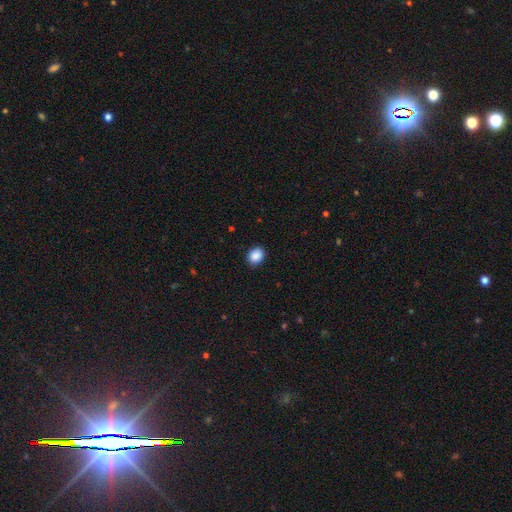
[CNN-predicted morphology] Overall: smooth (89%). How rounded: round (55%; in between 44%). Merging: none (88%).